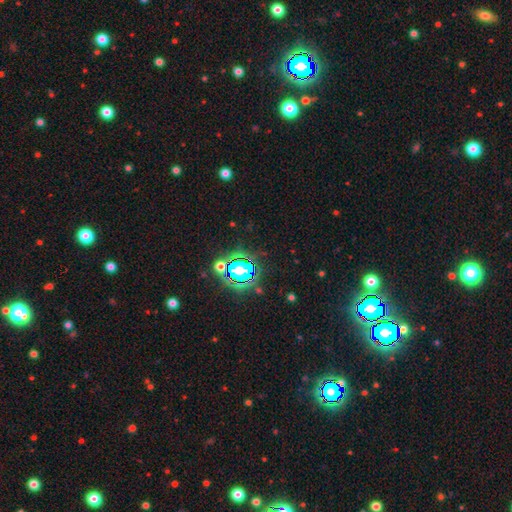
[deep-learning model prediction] Morphology: type=star or artifact (82%).